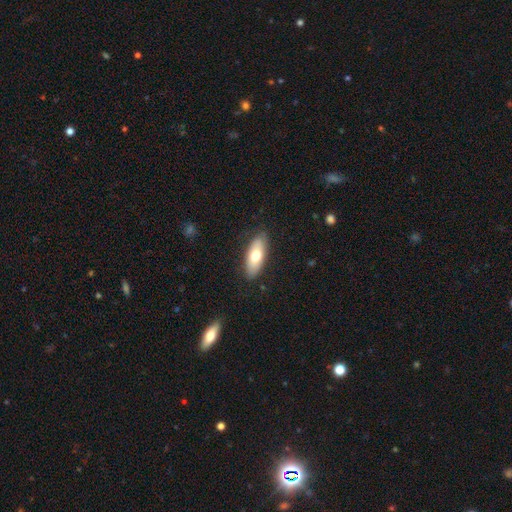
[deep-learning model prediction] A smooth galaxy with no disk features (68%) that is in between round and cigar-shaped (79%). Merging: none (86%).